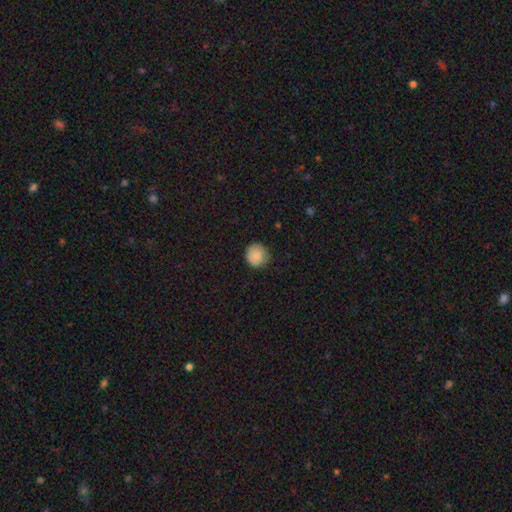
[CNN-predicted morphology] smooth 87%, star or artifact 8%, featured or disk 5%. Down the decision tree: how rounded — round (92%); merging — none (81%).